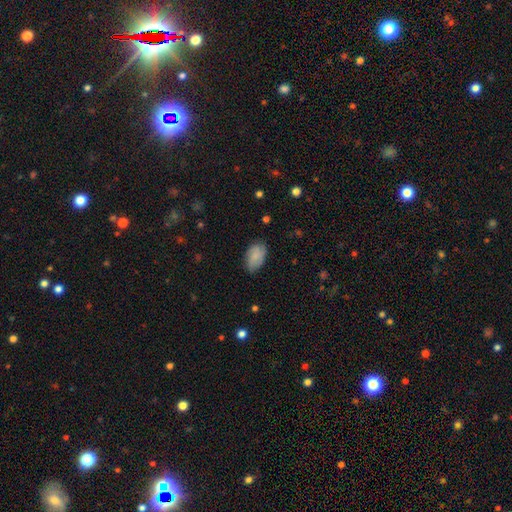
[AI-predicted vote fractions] smooth-or-featured: smooth: 83% | featured or disk: 11% | star or artifact: 7%
  how-rounded: in between: 92% | round: 7% | cigar-shaped: 1%
  merging: none: 76% | minor disturbance: 19% | major disturbance: 4% | merger: 1%